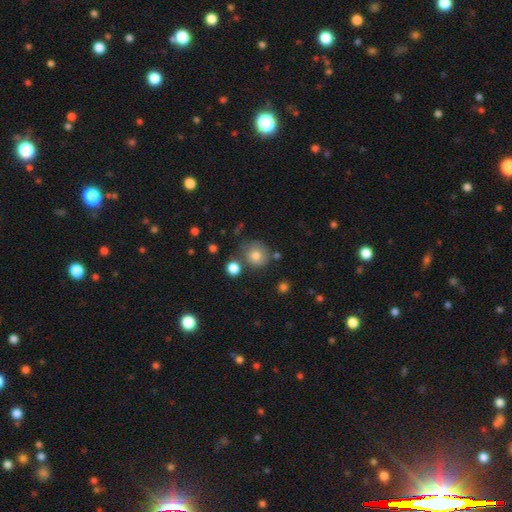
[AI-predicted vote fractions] smooth 78%, featured or disk 11%, star or artifact 10%. Down the decision tree: how rounded — round (89%); merging — none (70%).